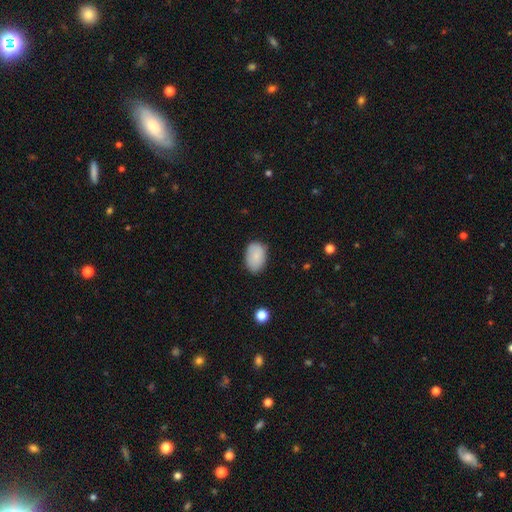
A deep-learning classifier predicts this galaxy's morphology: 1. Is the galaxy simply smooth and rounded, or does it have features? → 84% smooth, 9% featured or disk, 7% star or artifact.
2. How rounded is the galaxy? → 87% in between, 12% round, 1% cigar-shaped.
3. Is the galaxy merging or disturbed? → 76% none, 19% minor disturbance, 4% major disturbance, 1% merger.